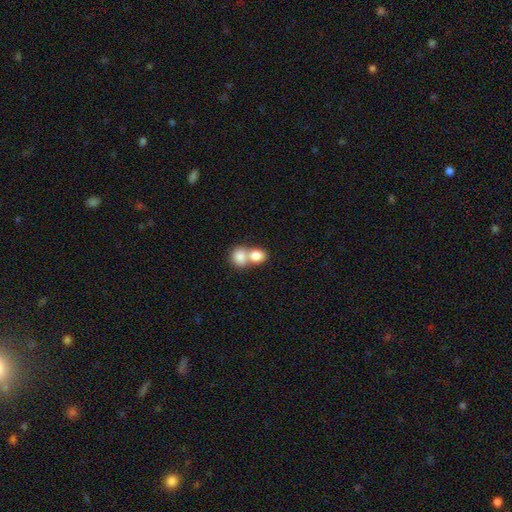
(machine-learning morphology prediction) A smooth galaxy with no disk features (82%) that is round (49%, tied with in between).

Vote fractions:
- Smooth or featured? smooth: 82% / featured or disk: 11% / star or artifact: 7%
- How rounded? round: 49% (tied) / in between: 49% (tied) / cigar-shaped: 1%
- Merging? merger: 72% / none: 21% / minor disturbance: 5% / major disturbance: 2%